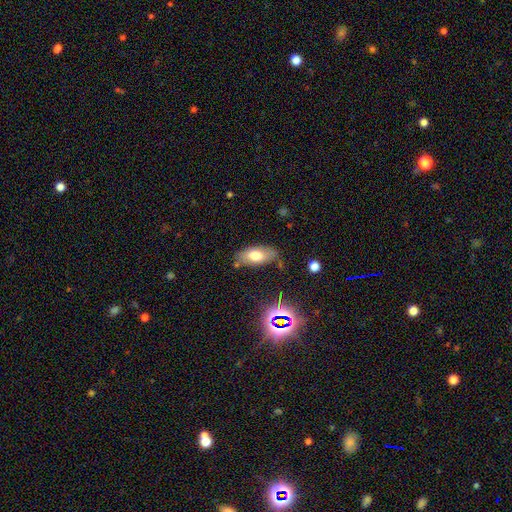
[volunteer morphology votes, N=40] smooth 68%, featured or disk 20%, star or artifact 12%. Down the decision tree: how rounded — in between (93%); merging — none (86%).